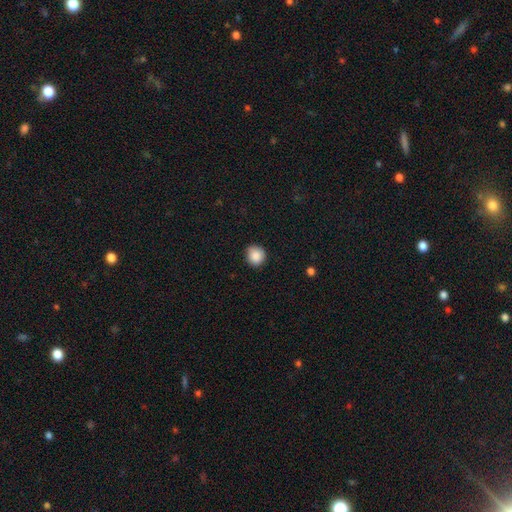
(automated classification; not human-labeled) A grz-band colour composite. It shows a smooth galaxy with no disk features (88%) that is round (90%). Merging: none (86%).